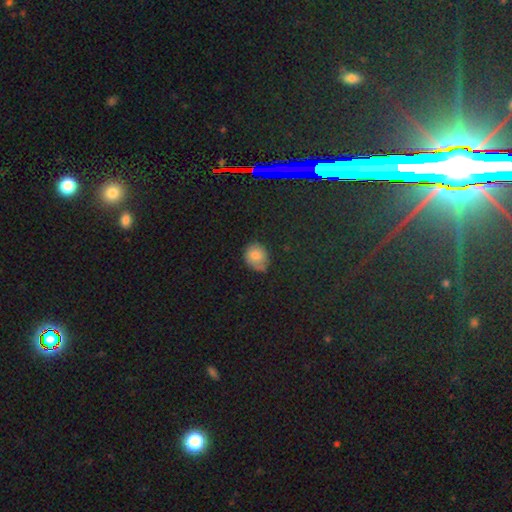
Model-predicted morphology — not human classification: smooth 79%, star or artifact 12%, featured or disk 10%. Down the decision tree: how rounded — round (62%); merging — none (55%).